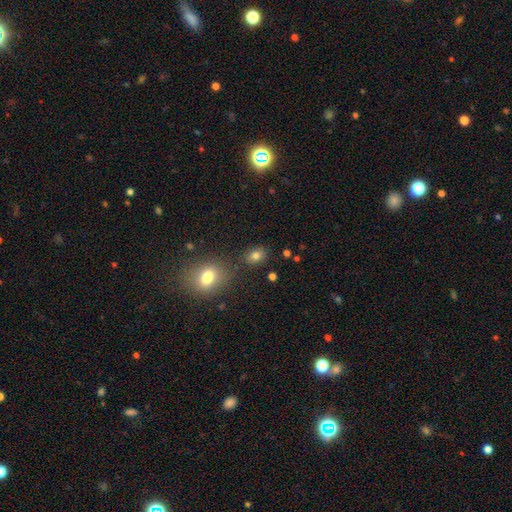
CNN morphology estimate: Smooth or featured?
  - smooth: 79% *
  - star or artifact: 12%
  - featured or disk: 9%
How rounded?
  - in between: 64% *
  - round: 34%
  - cigar-shaped: 1%
Merging?
  - none: 80% *
  - minor disturbance: 11%
  - merger: 6%
  - major disturbance: 3%